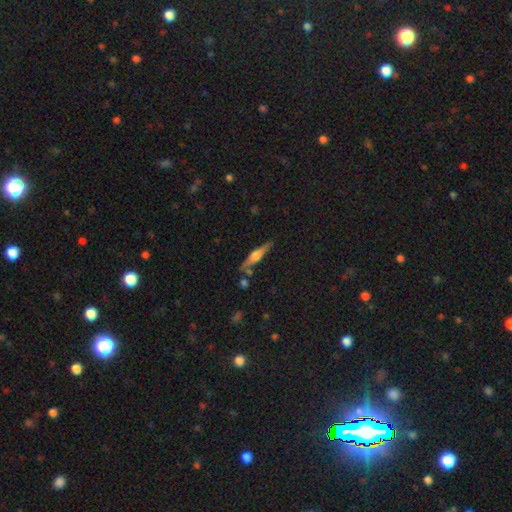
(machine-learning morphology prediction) This is likely a featured or disk galaxy (68%). It is clearly viewed edge-on (96%). Edge-on bulge: clearly rounded (86%). Merging: clearly none (82%).